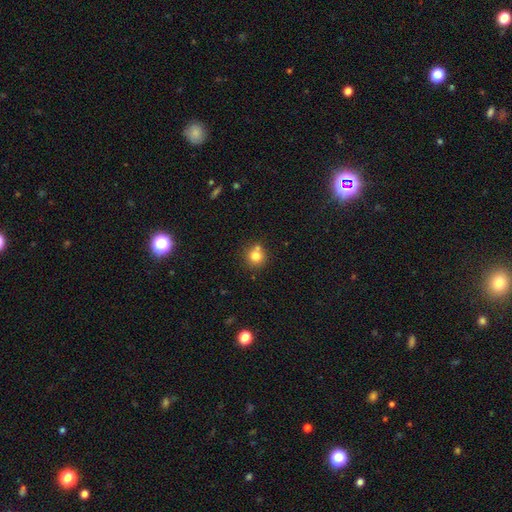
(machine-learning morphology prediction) Smooth or featured? Predicted: smooth (p=0.79). How rounded? Predicted: round (p=0.91). Merging? Predicted: none (p=0.67).